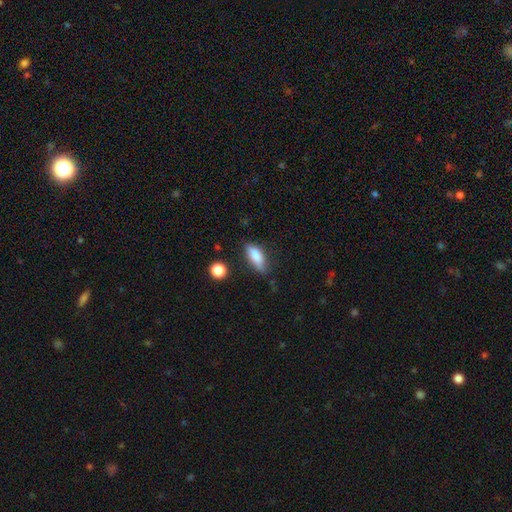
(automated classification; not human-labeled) A smooth galaxy with no disk features (80%) that is in between round and cigar-shaped (71%).

Vote fractions:
- Smooth or featured? smooth: 80% / featured or disk: 12% / star or artifact: 8%
- How rounded? in between: 71% / cigar-shaped: 25% / round: 3%
- Merging? none: 66% / minor disturbance: 25% / major disturbance: 6% / merger: 3%